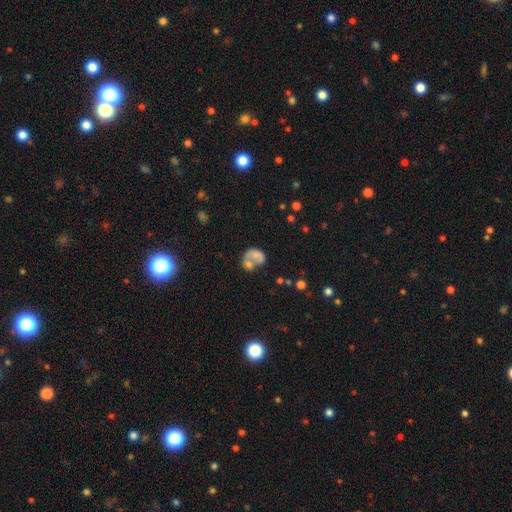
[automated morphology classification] Q: Smooth or featured?
A: smooth (57%); runner-up: featured or disk (32%)
Q: How rounded?
A: in between (57%); runner-up: round (42%)
Q: Merging?
A: merger (49%); runner-up: none (22%)